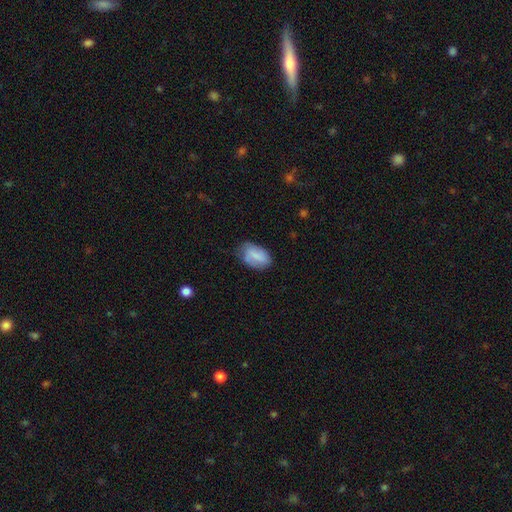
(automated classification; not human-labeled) This is likely a smooth galaxy (77%). How rounded: clearly in between (90%). Merging: possibly none (58%).